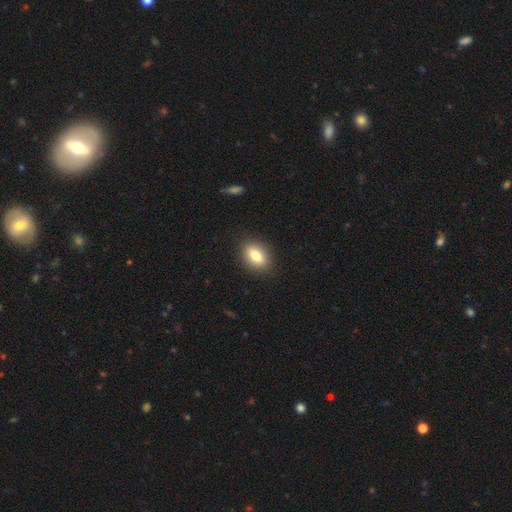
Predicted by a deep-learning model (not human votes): Overall: smooth (77%). How rounded: in between (79%). Merging: none (89%).